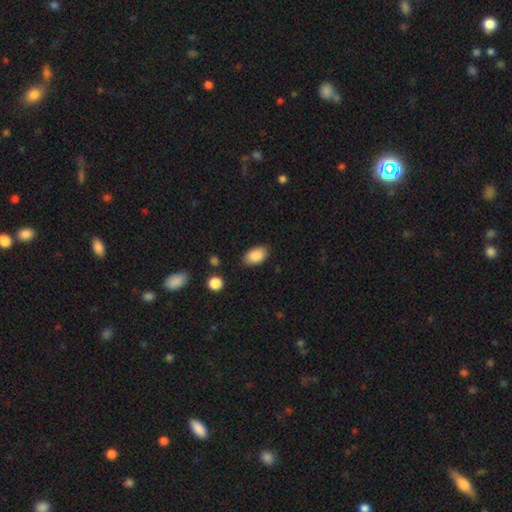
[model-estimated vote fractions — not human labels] This appears to be a smooth galaxy with no disk features (88%) that is in between round and cigar-shaped (92%). Merging: none (84%).